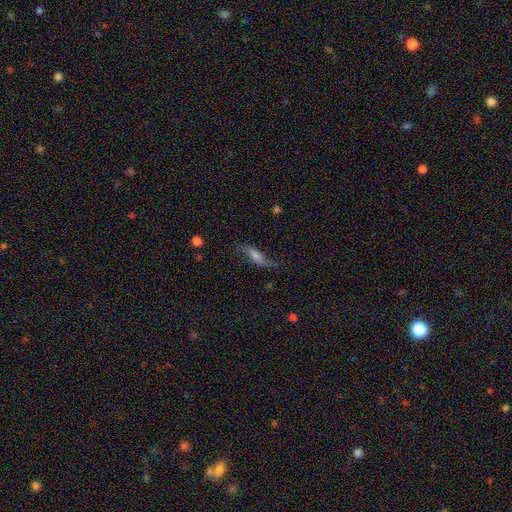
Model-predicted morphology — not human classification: featured or disk 53%, smooth 37%, star or artifact 10%. Down the decision tree: edge-on disk — no (69%); merging — none (63%).